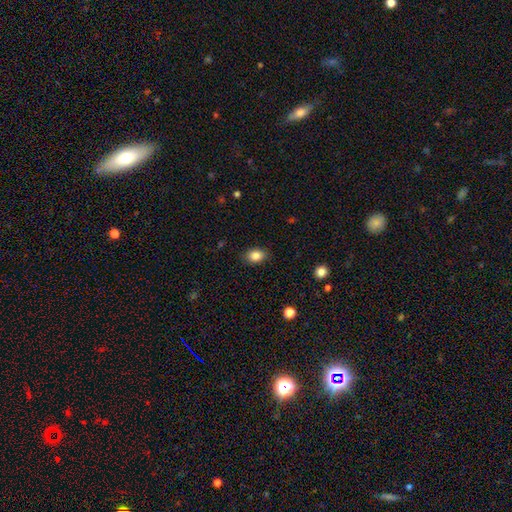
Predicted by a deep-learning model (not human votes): Morphology: type=smooth (85%); roundness=in between (70%); merging=none (87%).